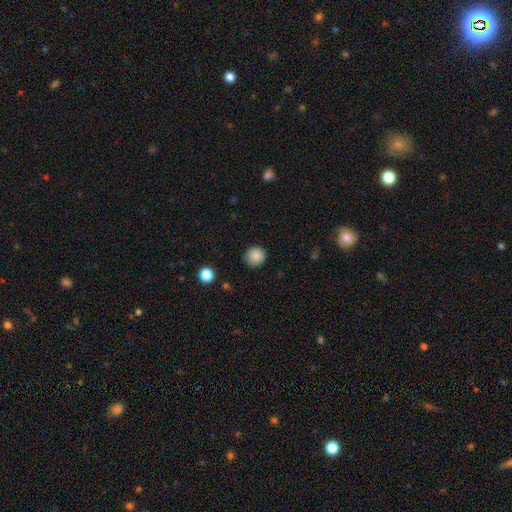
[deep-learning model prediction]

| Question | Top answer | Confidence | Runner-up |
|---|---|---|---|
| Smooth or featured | smooth | 87% | star or artifact (10%) |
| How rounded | round | 91% | in between (8%) |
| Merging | none | 87% | minor disturbance (9%) |